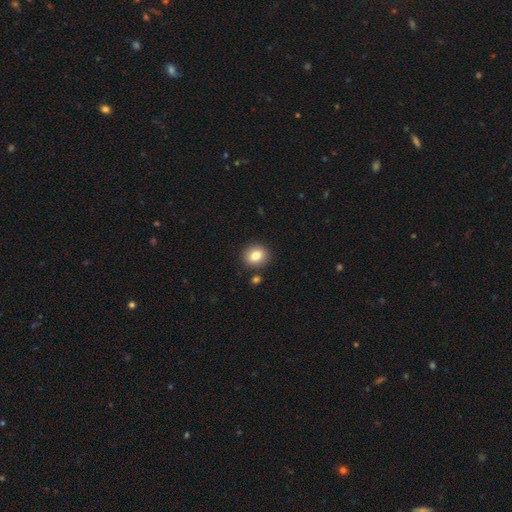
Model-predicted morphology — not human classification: Smooth or featured: smooth — 82% (star or artifact — 9%)
How rounded: round — 74% (in between — 25%)
Merging: none — 87% (minor disturbance — 7%)